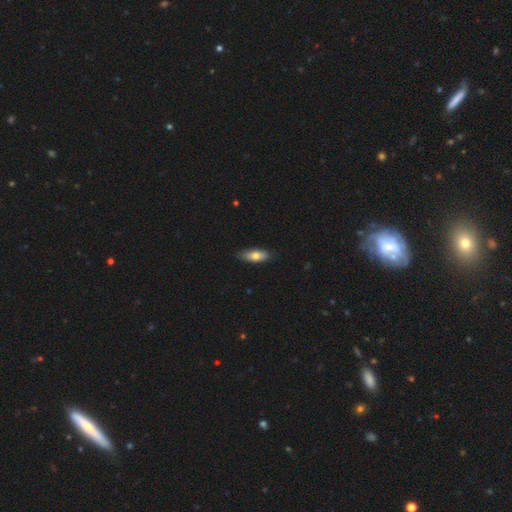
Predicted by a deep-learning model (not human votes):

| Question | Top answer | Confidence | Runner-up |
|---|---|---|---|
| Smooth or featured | smooth | 74% | featured or disk (20%) |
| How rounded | in between | 69% | cigar-shaped (28%) |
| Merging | none | 85% | minor disturbance (12%) |